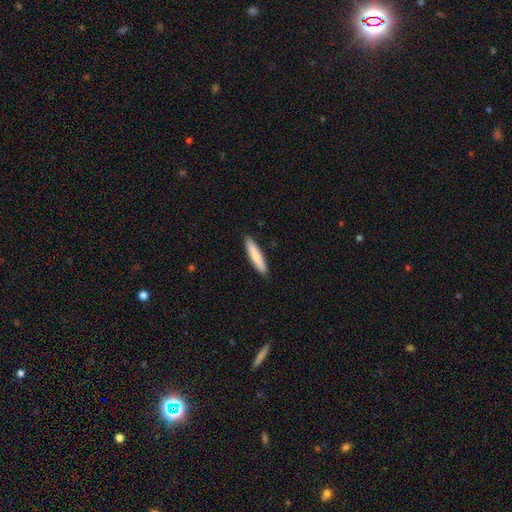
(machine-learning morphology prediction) A smooth galaxy with no disk features (82%) that is cigar-shaped (89%).

Vote fractions:
- Smooth or featured? smooth: 82% / featured or disk: 13% / star or artifact: 5%
- How rounded? cigar-shaped: 89% / in between: 10% / round: 1%
- Merging? none: 91% / minor disturbance: 7% / major disturbance: 1% / merger: 1%